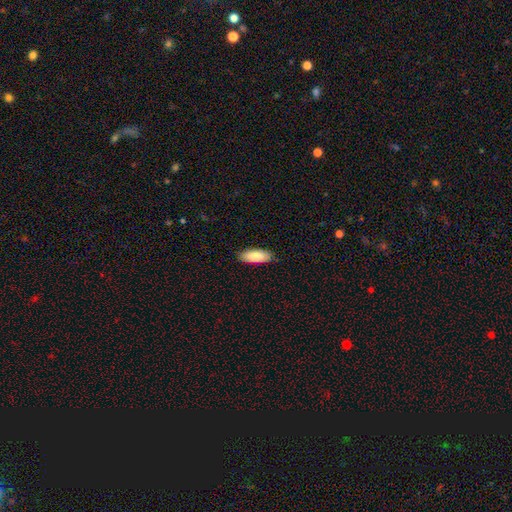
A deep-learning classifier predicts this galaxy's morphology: Overall: smooth (86%). How rounded: in between (78%). Merging: none (88%).